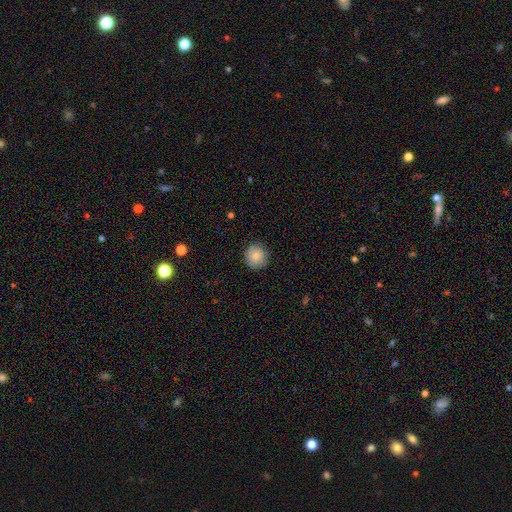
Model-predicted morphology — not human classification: smooth_or_featured: smooth (p=0.82) [alt: featured or disk p=0.09]
how_rounded: round (p=0.92) [alt: in between p=0.07]
merging: none (p=0.86) [alt: minor disturbance p=0.11]